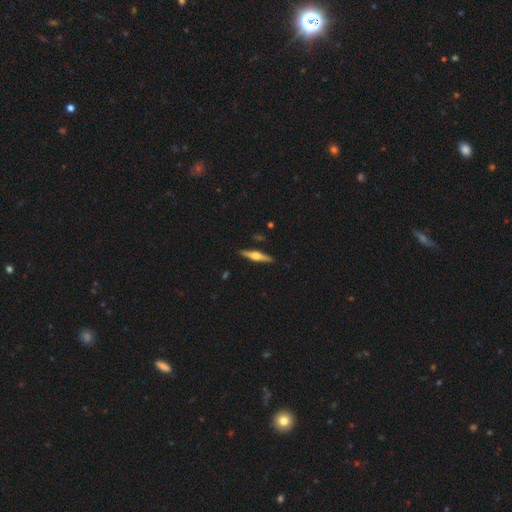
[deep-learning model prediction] This appears to be a featured or disk galaxy (71%) viewed edge-on (98%) with a rounded central bulge (92%). Merging: none (91%).